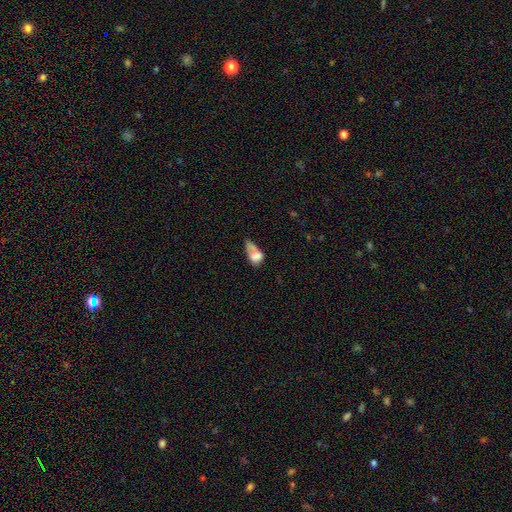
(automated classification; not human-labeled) Smooth or featured? smooth (68%)
How rounded? in between (81%)
Merging? merger (39%)